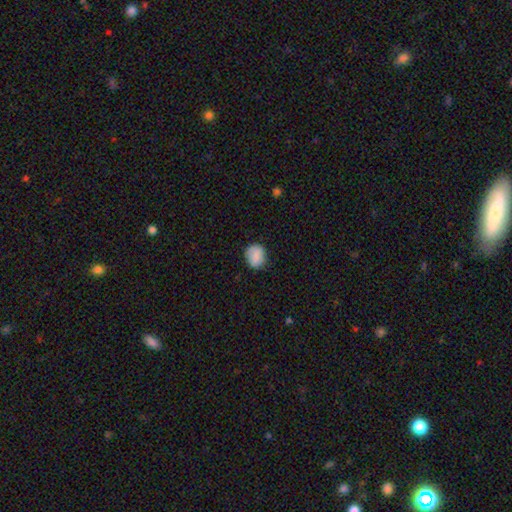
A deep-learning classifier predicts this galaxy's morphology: type=smooth (85%); roundness=round (69%); merging=none (82%).